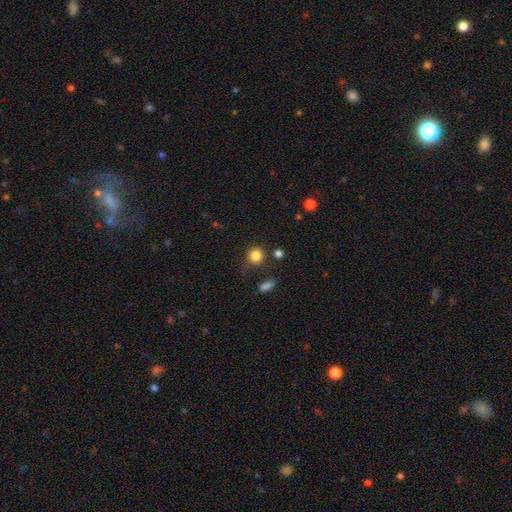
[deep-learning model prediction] Morphology: type=smooth (84%); roundness=round (89%); merging=none (72%).